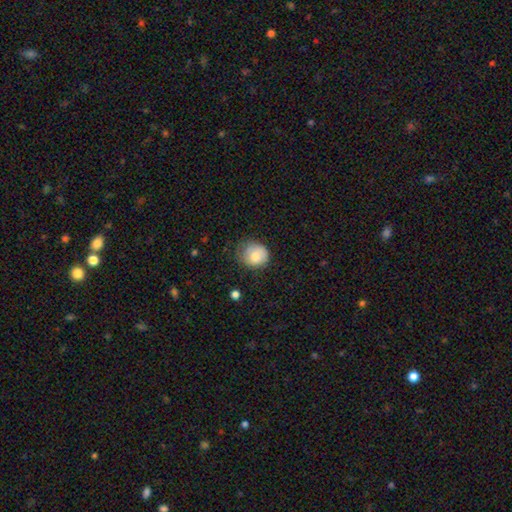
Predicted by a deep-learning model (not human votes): The model was most divided on "merging": none: 54%, minor disturbance: 33%, major disturbance: 12%, merger: 1%. More confident: smooth or featured — smooth (79%); how rounded — round (71%).